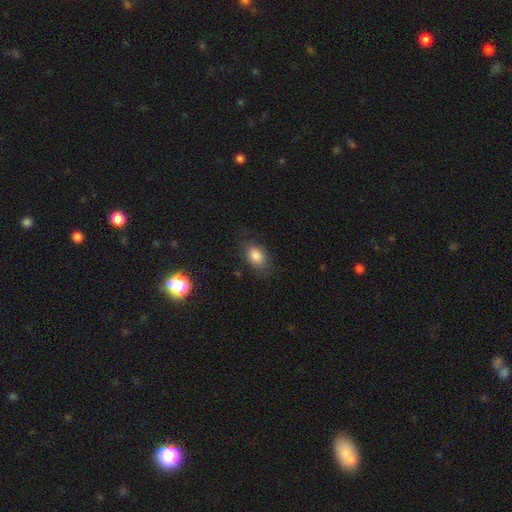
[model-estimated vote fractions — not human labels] Smooth or featured? smooth (84%)
How rounded? in between (81%)
Merging? none (78%)